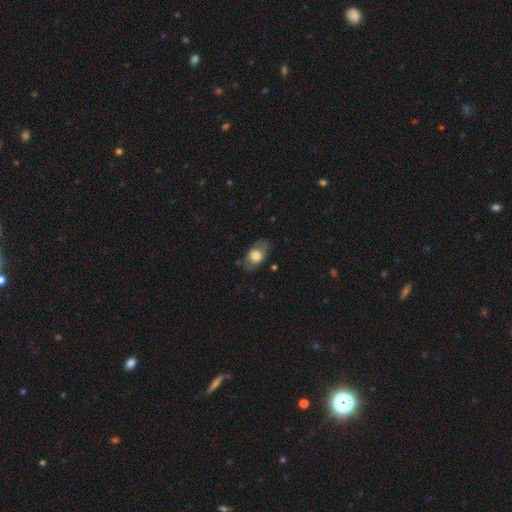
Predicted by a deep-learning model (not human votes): Smooth or featured? Predicted: smooth (p=0.58). How rounded? Predicted: in between (p=0.85). Merging? Predicted: none (p=0.73).